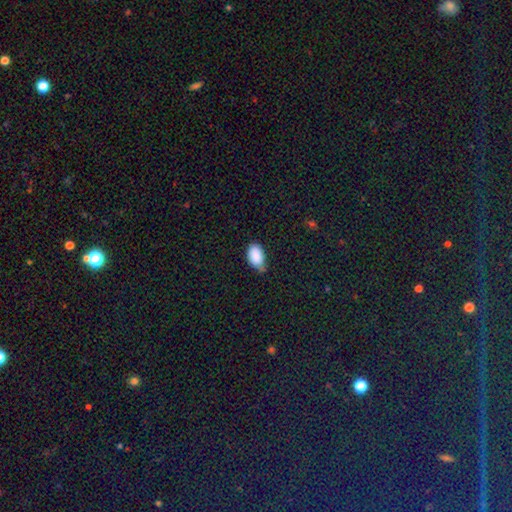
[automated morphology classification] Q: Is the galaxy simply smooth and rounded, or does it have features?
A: smooth — 89%.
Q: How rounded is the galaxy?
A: in between — 93%.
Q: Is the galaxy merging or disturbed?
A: none — 50%.